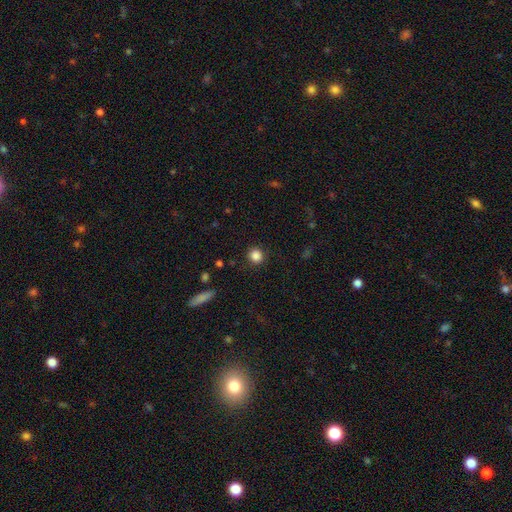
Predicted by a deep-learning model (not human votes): smooth-or-featured: smooth: 86% | star or artifact: 11% | featured or disk: 4%
  how-rounded: round: 90% | in between: 9% | cigar-shaped: 1%
  merging: none: 89% | minor disturbance: 7% | major disturbance: 3% | merger: 1%